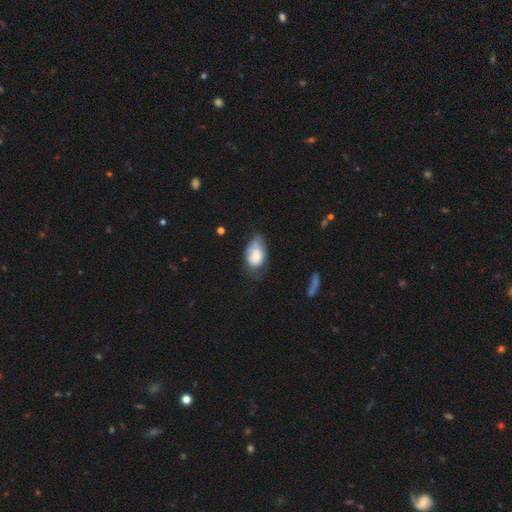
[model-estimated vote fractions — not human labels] smooth 64%, featured or disk 29%, star or artifact 7%. Down the decision tree: how rounded — in between (89%); merging — none (40%).